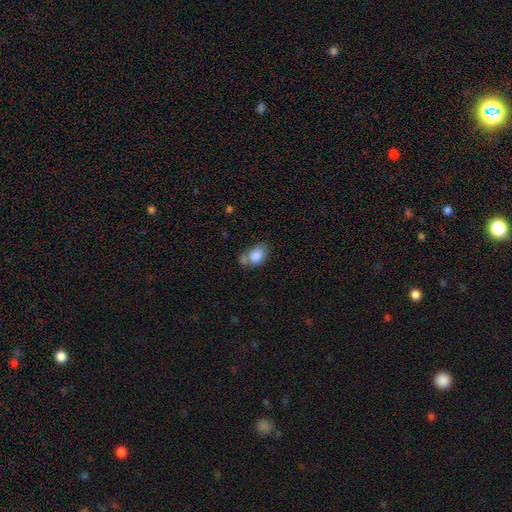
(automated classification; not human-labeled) Smooth or featured? smooth (84%)
How rounded? in between (81%)
Merging? none (38%)